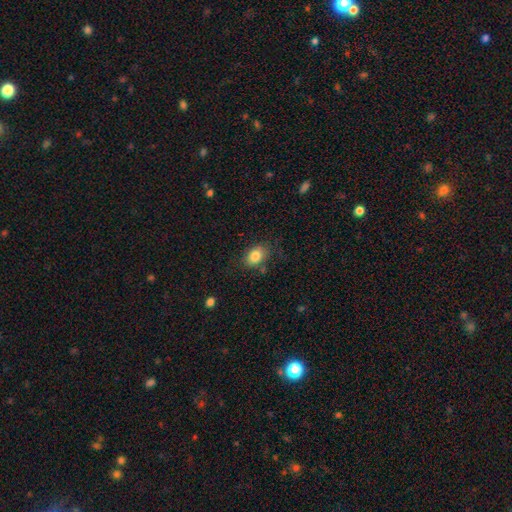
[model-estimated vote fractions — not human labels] This appears to be a smooth galaxy with no disk features (83%) that is in between round and cigar-shaped (77%). Merging: none (78%).